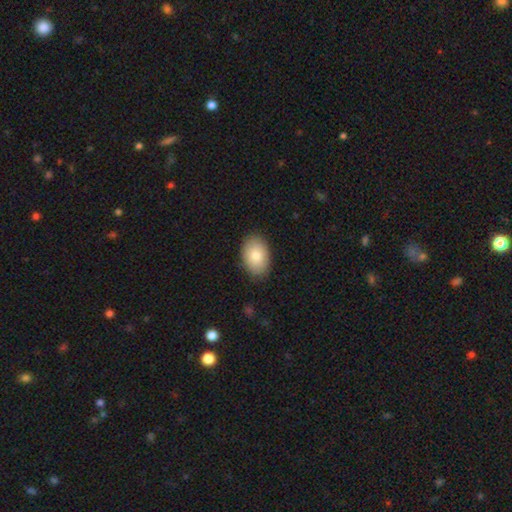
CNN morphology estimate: This is clearly a smooth galaxy (83%). How rounded: clearly in between (88%). Merging: clearly none (86%).